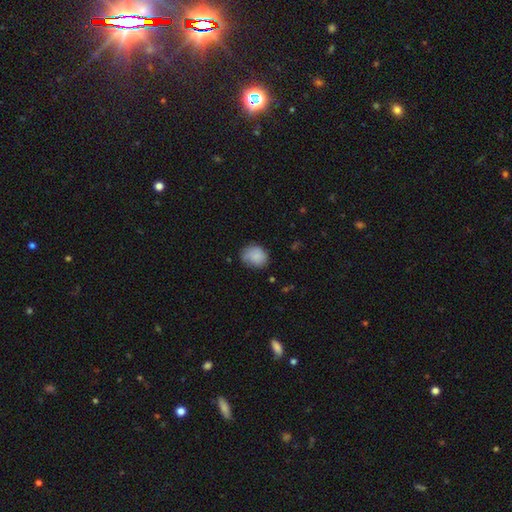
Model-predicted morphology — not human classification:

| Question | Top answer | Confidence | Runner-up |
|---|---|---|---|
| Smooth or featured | smooth | 82% | featured or disk (10%) |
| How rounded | round | 60% | in between (39%) |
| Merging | none | 68% | minor disturbance (25%) |